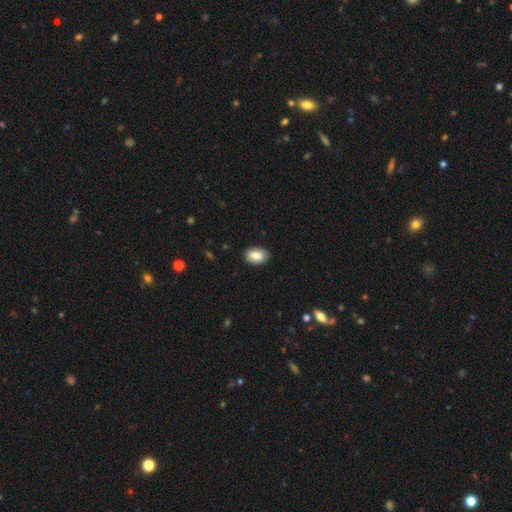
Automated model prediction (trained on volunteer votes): This is clearly a smooth galaxy (84%). How rounded: clearly in between (85%). Merging: clearly none (87%).